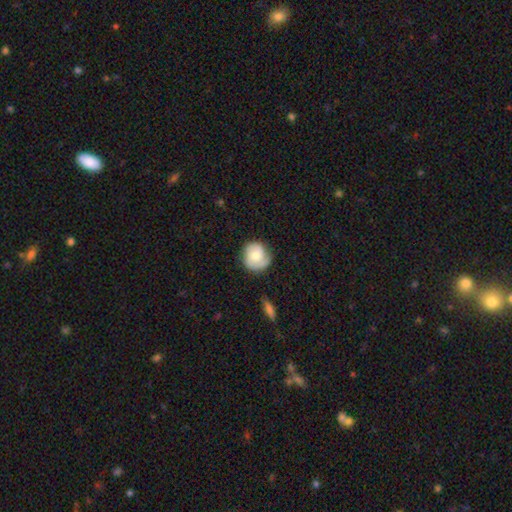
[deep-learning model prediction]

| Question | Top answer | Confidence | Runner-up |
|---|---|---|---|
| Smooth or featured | featured or disk | 55% | smooth (39%) |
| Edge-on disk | no | 98% | yes (2%) |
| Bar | no | 68% | weak (27%) |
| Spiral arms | yes | 91% | no (9%) |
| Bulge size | moderate | 45% | small (33%) |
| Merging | none | 74% | minor disturbance (19%) |